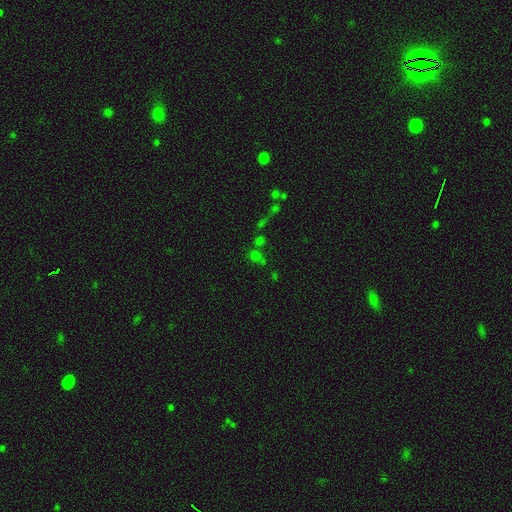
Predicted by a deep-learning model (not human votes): Smooth or featured?
  - smooth: 45% *
  - star or artifact: 43%
  - featured or disk: 12%
Merging?
  - none: 47% *
  - merger: 33%
  - minor disturbance: 10%
  - major disturbance: 9%